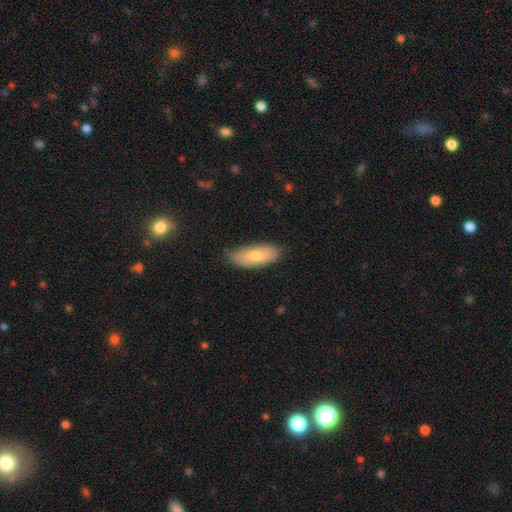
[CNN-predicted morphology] This appears to be a smooth galaxy with no disk features (76%) that is in between round and cigar-shaped (79%). Merging: none (80%).